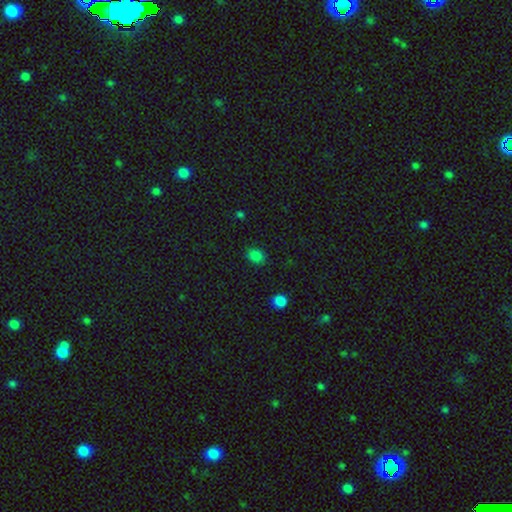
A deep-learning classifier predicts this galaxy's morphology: The model was most divided on "how rounded": in between: 54%, round: 45%, cigar-shaped: 1%. More confident: merging — none (86%); smooth or featured — smooth (82%).